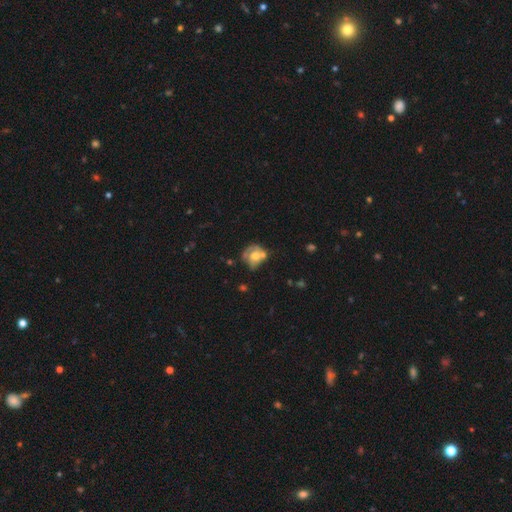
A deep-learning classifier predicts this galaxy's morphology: Overall: featured or disk (49%; smooth 43%). Merging: none (31%; merger 26%).